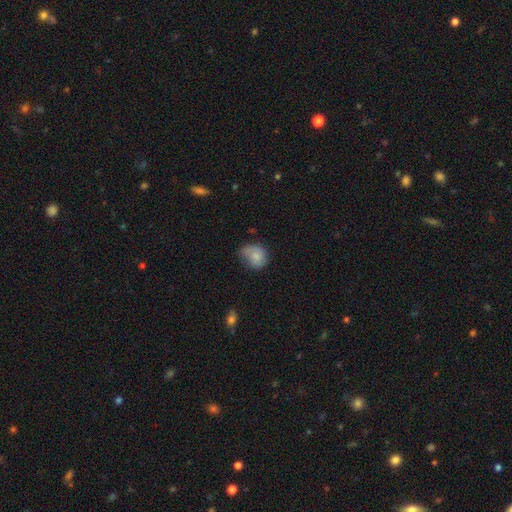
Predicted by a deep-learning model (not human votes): Smooth or featured: smooth — 71% (featured or disk — 21%)
How rounded: round — 64% (in between — 35%)
Merging: none — 48% (minor disturbance — 36%)